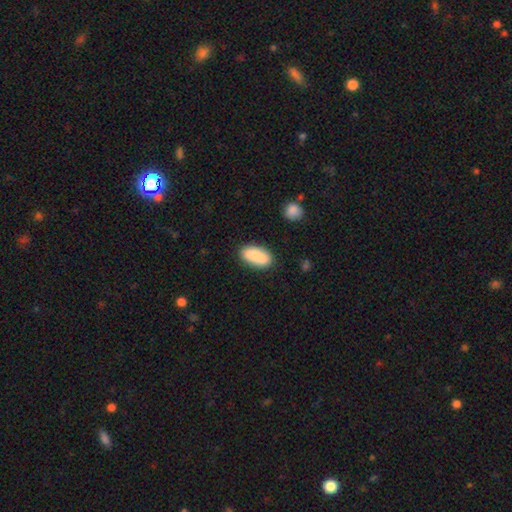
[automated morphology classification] smooth-or-featured: smooth: 81% | featured or disk: 12% | star or artifact: 7%
  how-rounded: in between: 88% | cigar-shaped: 9% | round: 3%
  merging: none: 78% | minor disturbance: 14% | merger: 5% | major disturbance: 3%